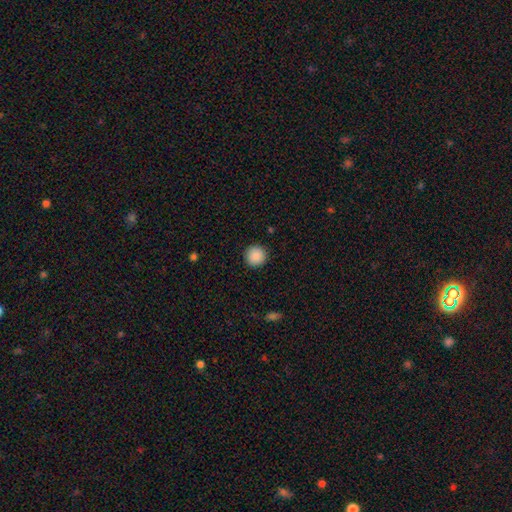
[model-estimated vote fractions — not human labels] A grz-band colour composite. It shows a smooth galaxy with no disk features (89%) that is round (95%). Merging: none (92%).